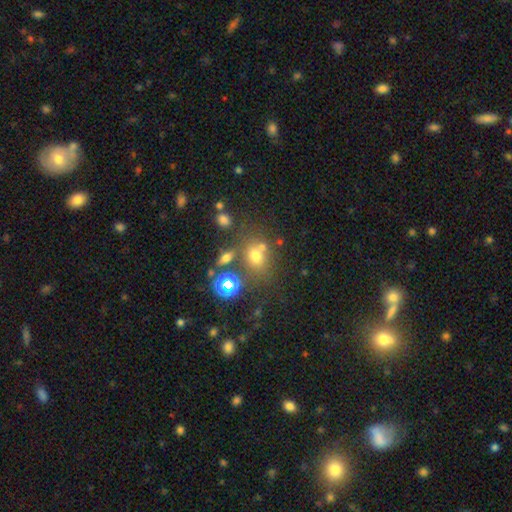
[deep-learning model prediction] Q: Smooth or featured?
A: smooth (63%); runner-up: star or artifact (24%)
Q: How rounded?
A: round (59%); runner-up: in between (39%)
Q: Merging?
A: none (57%); runner-up: merger (24%)